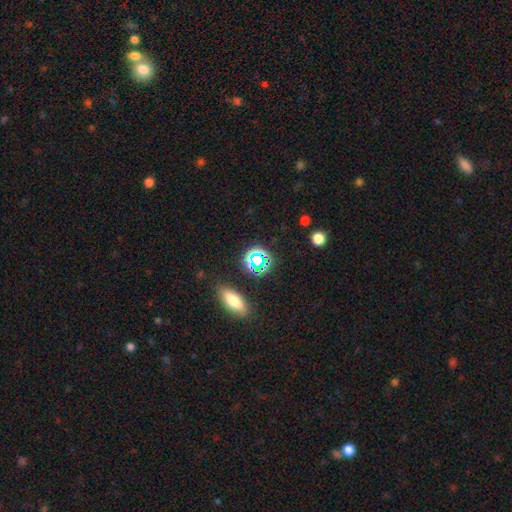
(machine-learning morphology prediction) Smooth or featured: star or artifact — 54% (smooth — 36%)